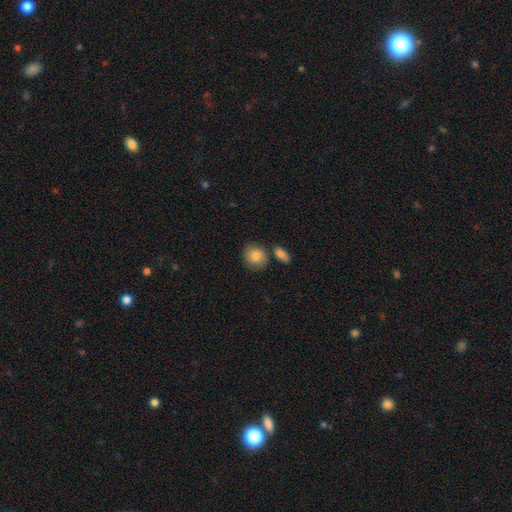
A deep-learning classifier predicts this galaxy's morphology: smooth 83%, featured or disk 9%, star or artifact 7%. Down the decision tree: how rounded — round (73%); merging — none (70%).